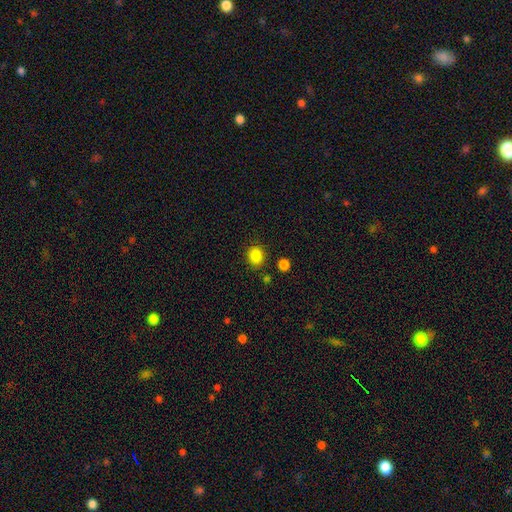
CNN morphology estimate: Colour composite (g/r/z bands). It shows a smooth galaxy with no disk features (86%) that is round (67%). Merging: none (84%).